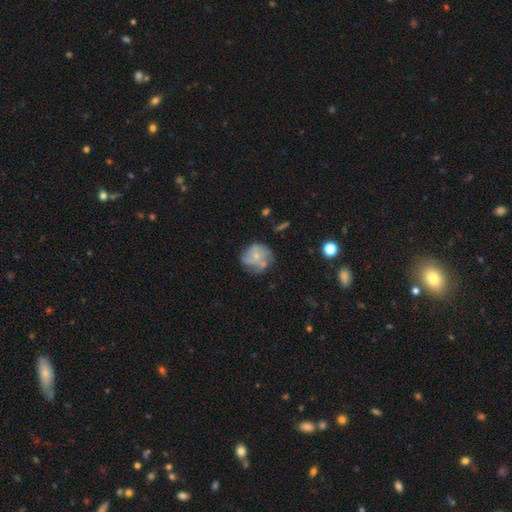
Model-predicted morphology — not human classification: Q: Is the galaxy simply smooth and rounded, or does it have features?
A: featured or disk — 48%.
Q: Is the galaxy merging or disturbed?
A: none — 48%.